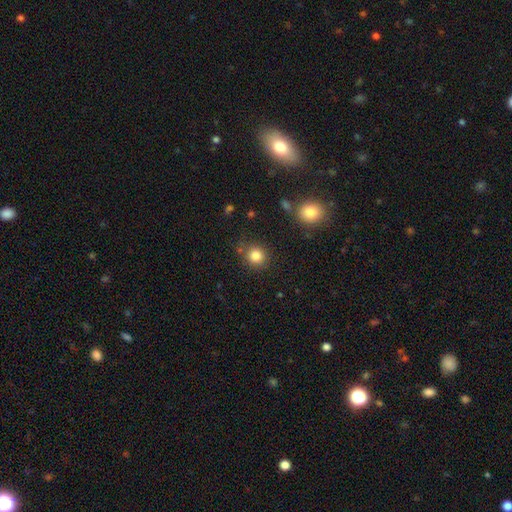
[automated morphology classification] smooth-or-featured: smooth: 83% | star or artifact: 11% | featured or disk: 6%
  how-rounded: round: 88% | in between: 11% | cigar-shaped: 1%
  merging: none: 82% | minor disturbance: 10% | merger: 5% | major disturbance: 3%